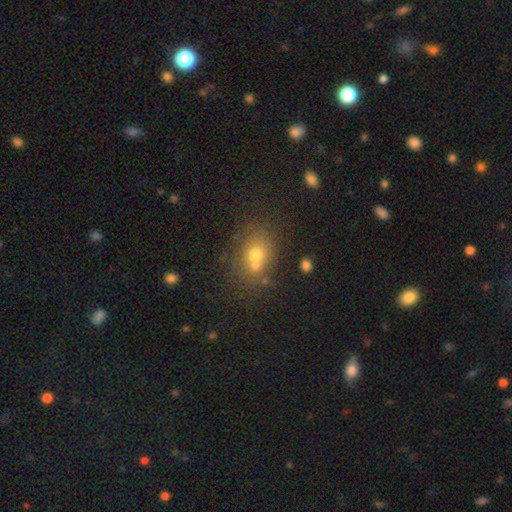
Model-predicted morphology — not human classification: Smooth or featured: smooth — 66% (featured or disk — 17%)
How rounded: round — 56% (in between — 43%)
Merging: none — 49% (merger — 35%)